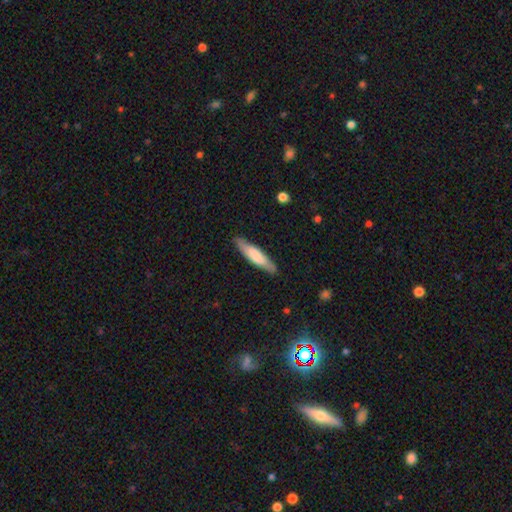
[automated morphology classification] Q: Smooth or featured?
A: smooth (66%); runner-up: featured or disk (29%)
Q: How rounded?
A: cigar-shaped (80%); runner-up: in between (19%)
Q: Merging?
A: none (87%); runner-up: minor disturbance (10%)